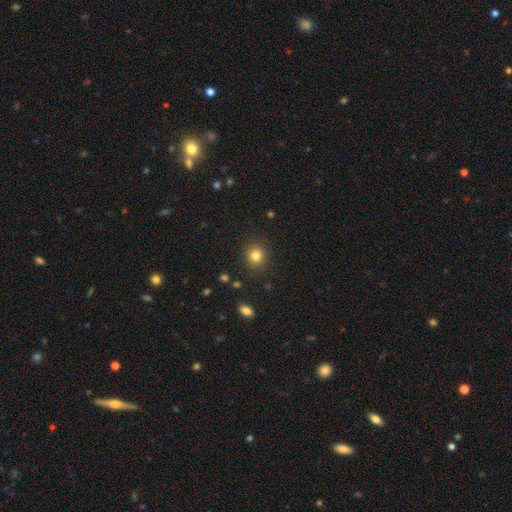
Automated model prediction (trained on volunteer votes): smooth_or_featured: smooth (p=0.83) [alt: star or artifact p=0.12]
how_rounded: round (p=0.86) [alt: in between p=0.13]
merging: none (p=0.89) [alt: minor disturbance p=0.07]